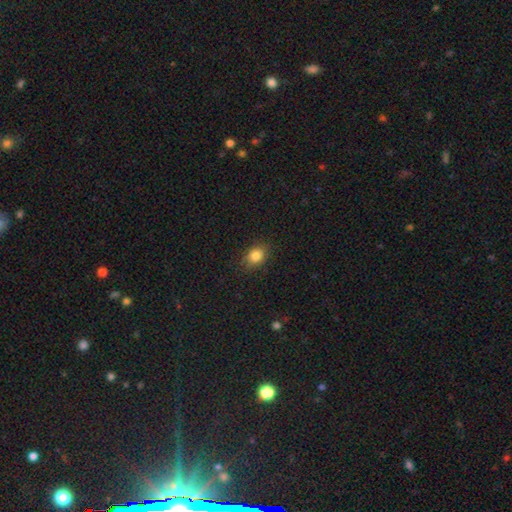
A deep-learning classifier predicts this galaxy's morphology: Q: Smooth or featured?
A: smooth (84%); runner-up: star or artifact (10%)
Q: How rounded?
A: in between (58%); runner-up: round (41%)
Q: Merging?
A: none (84%); runner-up: minor disturbance (12%)